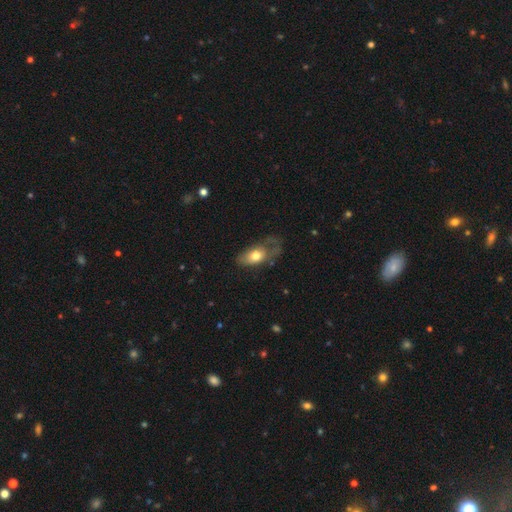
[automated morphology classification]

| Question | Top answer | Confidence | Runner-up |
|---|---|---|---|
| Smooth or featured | smooth | 65% | featured or disk (28%) |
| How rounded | in between | 85% | round (9%) |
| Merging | major disturbance | 44% | minor disturbance (27%) |